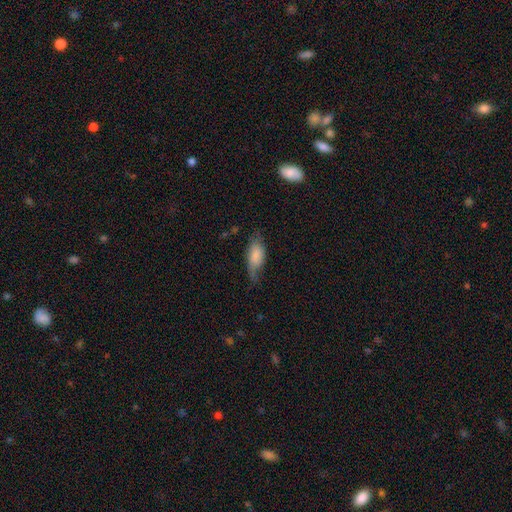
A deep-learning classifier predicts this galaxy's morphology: This is likely a smooth galaxy (75%). How rounded: clearly in between (82%). Merging: possibly none (50%).